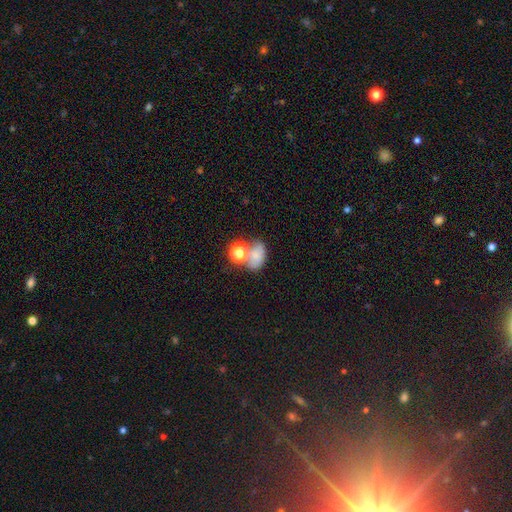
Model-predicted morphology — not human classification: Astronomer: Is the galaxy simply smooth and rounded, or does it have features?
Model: smooth — 69%.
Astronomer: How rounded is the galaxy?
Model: in between — 68%.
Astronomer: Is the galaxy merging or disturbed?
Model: none — 39% (runner-up: merger, 37%).